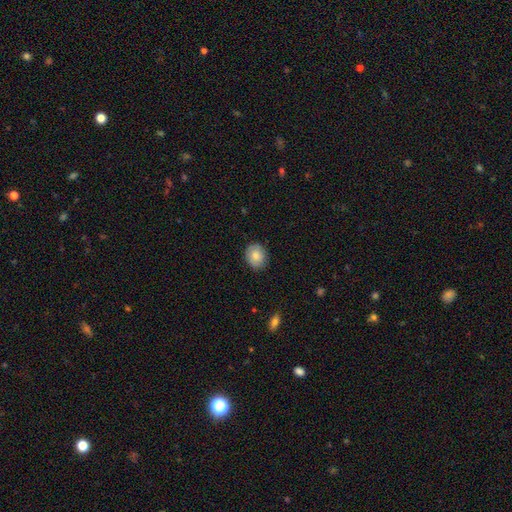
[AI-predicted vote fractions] Overall: smooth (80%). How rounded: round (66%; in between 33%). Merging: none (86%).